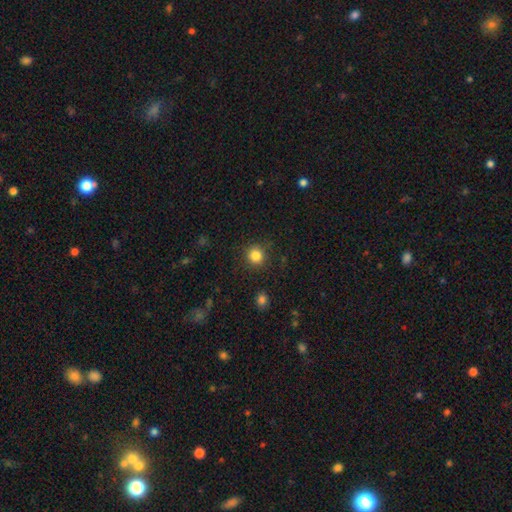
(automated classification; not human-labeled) This is clearly a smooth galaxy (84%). How rounded: clearly round (92%). Merging: clearly none (89%).